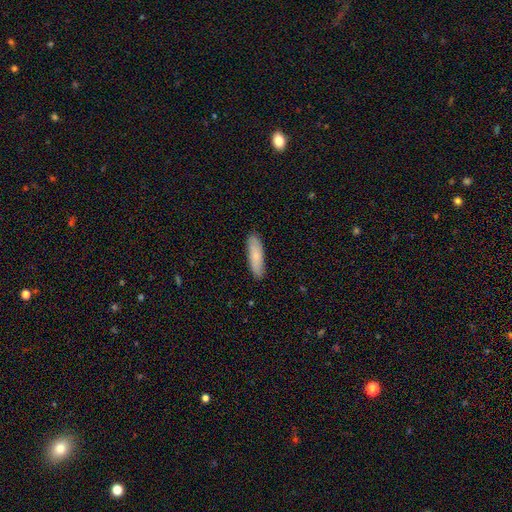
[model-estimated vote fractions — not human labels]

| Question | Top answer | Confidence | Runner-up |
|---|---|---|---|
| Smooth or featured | smooth | 77% | featured or disk (17%) |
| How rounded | cigar-shaped | 61% | in between (37%) |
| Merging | none | 87% | minor disturbance (10%) |